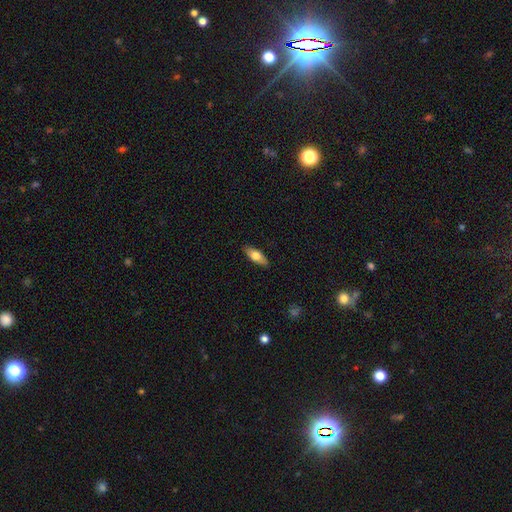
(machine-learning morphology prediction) type=smooth (64%); roundness=in between (67%); merging=none (88%).